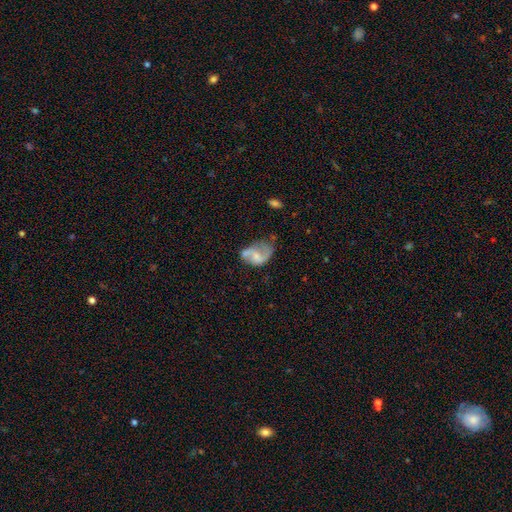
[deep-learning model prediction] Smooth or featured? Predicted: featured or disk (p=0.63). Edge-on disk? Predicted: no (p=0.97). Bar? Predicted: no (p=0.52). Spiral arms? Predicted: yes (p=0.75). Bulge size? Predicted: small (p=0.41). Merging? Predicted: none (p=0.33).